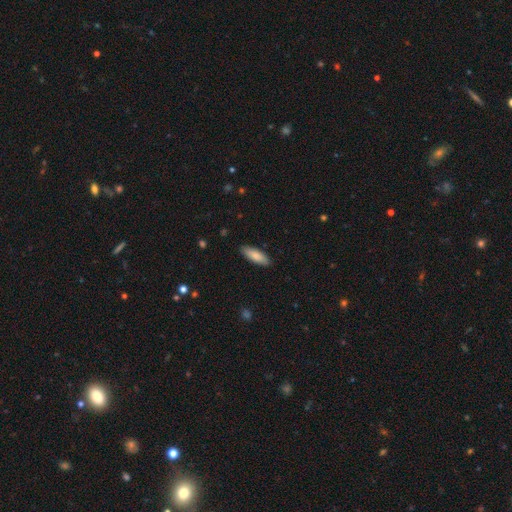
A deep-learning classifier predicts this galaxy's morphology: The model was most divided on "how rounded": in between: 60%, cigar-shaped: 38%, round: 2%. More confident: merging — none (88%); smooth or featured — smooth (85%).